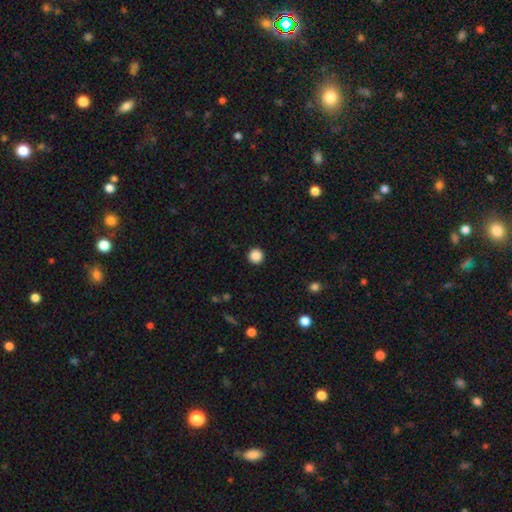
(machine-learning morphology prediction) Overall: smooth (87%). How rounded: round (96%). Merging: none (93%).